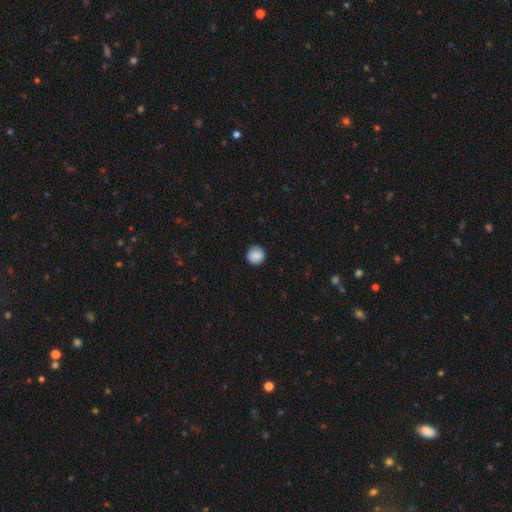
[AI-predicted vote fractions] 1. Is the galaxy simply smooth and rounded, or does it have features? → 89% smooth, 8% star or artifact, 4% featured or disk.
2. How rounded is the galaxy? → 96% round, 3% in between, 1% cigar-shaped.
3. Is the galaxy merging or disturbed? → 91% none, 6% minor disturbance, 2% major disturbance, 1% merger.